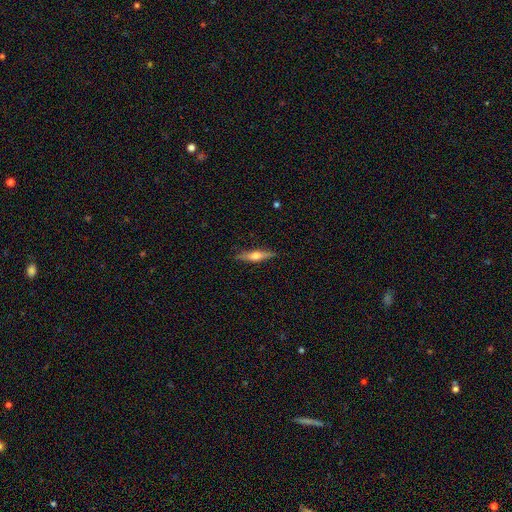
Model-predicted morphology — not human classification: The model was most divided on "smooth or featured": featured or disk: 58%, smooth: 36%, star or artifact: 6%. More confident: edge-on disk — yes (96%); merging — none (88%); edge-on bulge — rounded (88%).